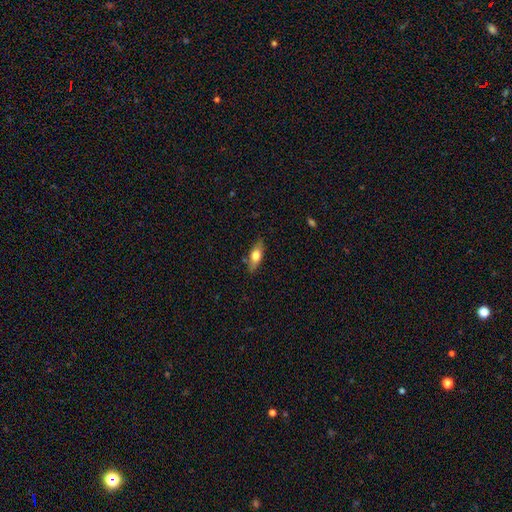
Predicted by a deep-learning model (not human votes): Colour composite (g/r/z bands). It shows a smooth galaxy with no disk features (65%) that is in between round and cigar-shaped (66%). Merging: none (81%).